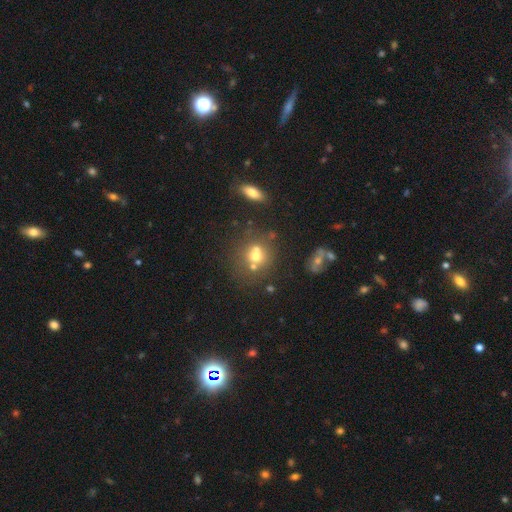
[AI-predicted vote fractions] A smooth galaxy with no disk features (59%) that is round (79%). Merging: merger (43%, tied with none).